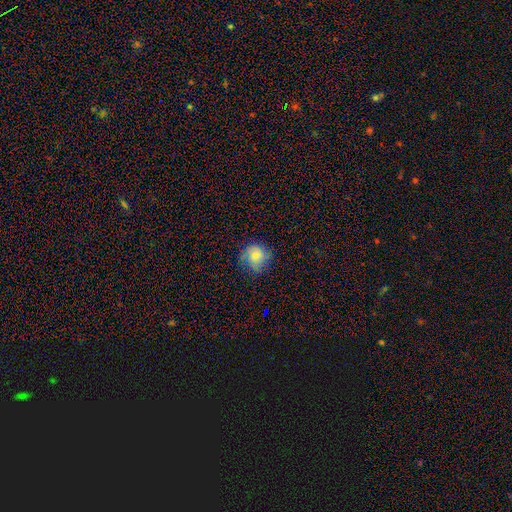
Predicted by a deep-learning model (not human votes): Morphology: type=smooth (66%); roundness=round (84%); merging=none (70%).